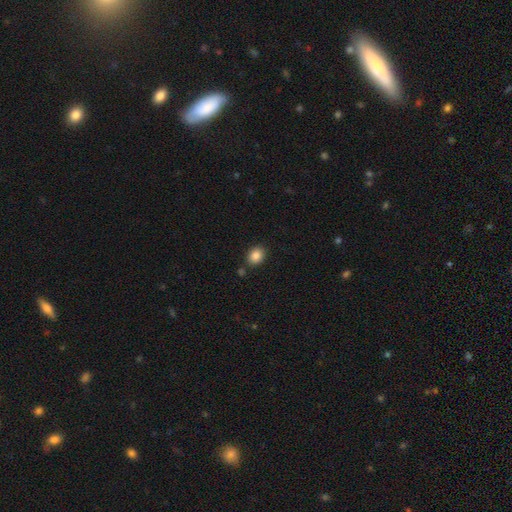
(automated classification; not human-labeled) This appears to be a smooth galaxy with no disk features (87%) that is in between round and cigar-shaped (58%). Merging: none (84%).